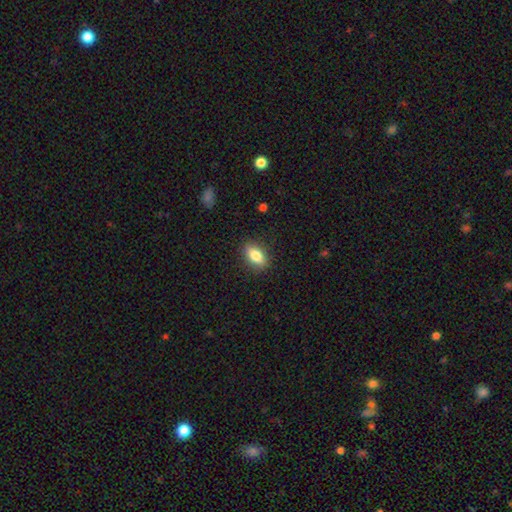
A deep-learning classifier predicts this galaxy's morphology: Q: Smooth or featured?
A: smooth (82%); runner-up: featured or disk (11%)
Q: How rounded?
A: in between (84%); runner-up: round (9%)
Q: Merging?
A: none (87%); runner-up: minor disturbance (9%)